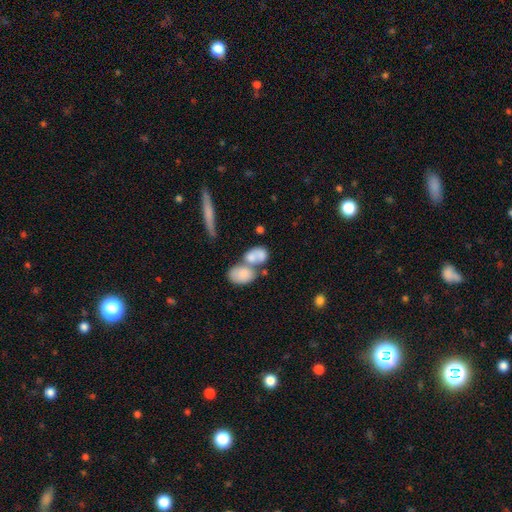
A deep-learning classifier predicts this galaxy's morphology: Smooth or featured: smooth — 70% (featured or disk — 21%)
How rounded: in between — 77% (round — 18%)
Merging: merger — 63% (none — 21%)